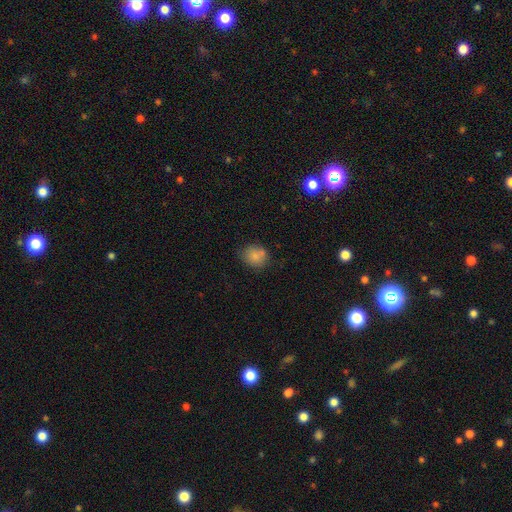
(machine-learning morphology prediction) Overall: smooth (80%). How rounded: round (66%; in between 33%). Merging: none (63%).